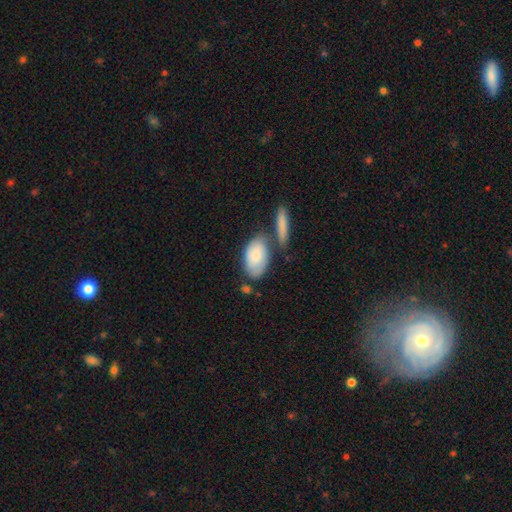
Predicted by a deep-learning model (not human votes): Smooth or featured? Predicted: smooth (p=0.75). How rounded? Predicted: in between (p=0.91). Merging? Predicted: none (p=0.49).